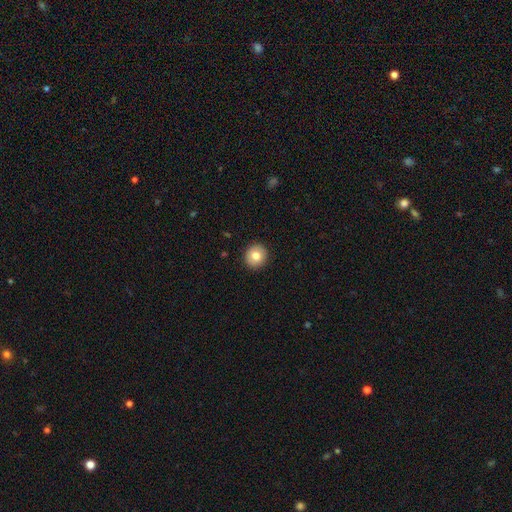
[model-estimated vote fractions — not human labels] Morphology: type=smooth (79%); roundness=round (90%); merging=none (92%).